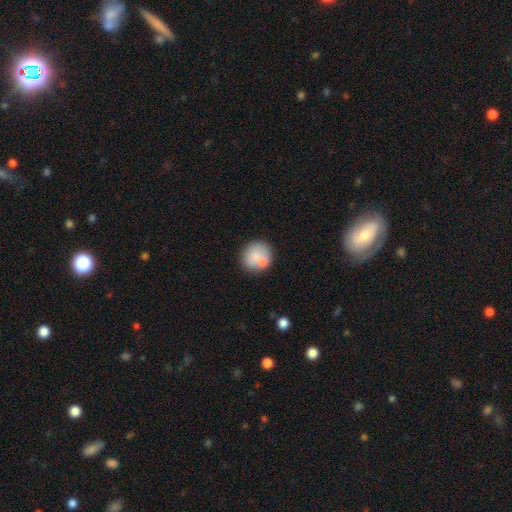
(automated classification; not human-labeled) Morphology: type=smooth (78%); roundness=round (87%); merging=none (66%).